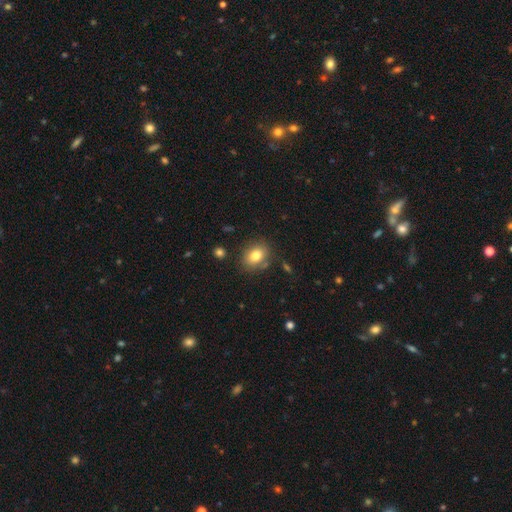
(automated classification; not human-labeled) Morphology: type=smooth (79%); roundness=in between (61%); merging=none (81%).